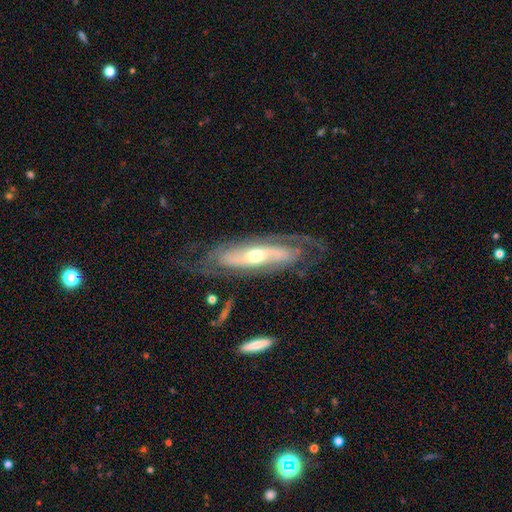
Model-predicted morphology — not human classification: Q: Smooth or featured?
A: featured or disk (81%); runner-up: smooth (13%)
Q: Edge-on disk?
A: no (81%); runner-up: yes (19%)
Q: Bar?
A: no (58%); runner-up: weak (25%)
Q: Spiral arms?
A: yes (88%); runner-up: no (12%)
Q: Spiral winding?
A: tight (40%); runner-up: medium (39%)
Q: Spiral arm count?
A: 2 (65%); runner-up: can't tell (24%)
Q: Bulge size?
A: moderate (64%); runner-up: small (28%)
Q: Merging?
A: none (64%); runner-up: minor disturbance (18%)